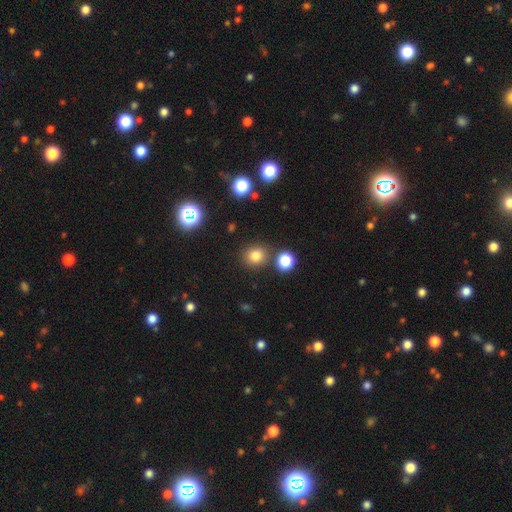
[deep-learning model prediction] Q: Smooth or featured?
A: smooth (78%); runner-up: star or artifact (16%)
Q: How rounded?
A: round (85%); runner-up: in between (14%)
Q: Merging?
A: none (82%); runner-up: minor disturbance (8%)